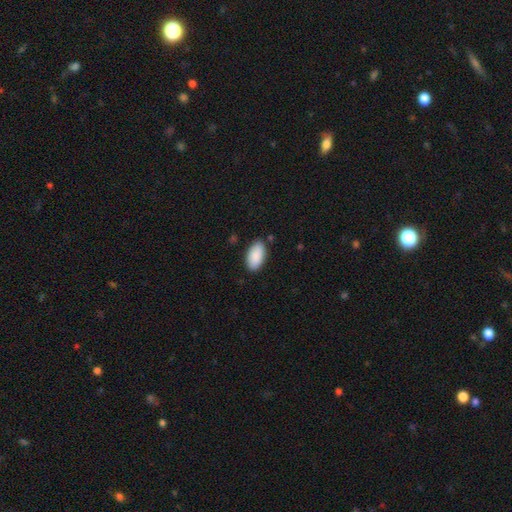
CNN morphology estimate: The model was most divided on "merging": none: 85%, minor disturbance: 11%, major disturbance: 2%, merger: 2%. More confident: how rounded — in between (95%); smooth or featured — smooth (90%).